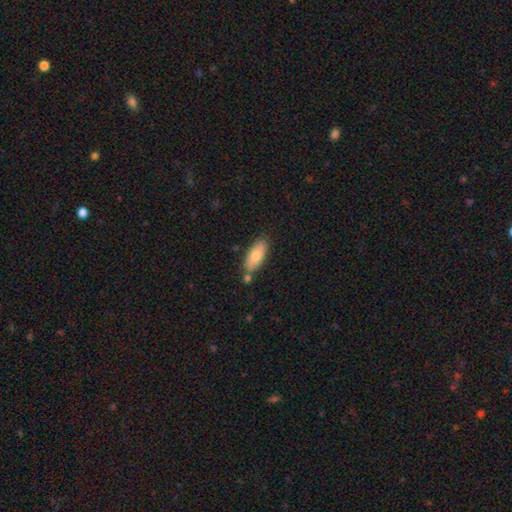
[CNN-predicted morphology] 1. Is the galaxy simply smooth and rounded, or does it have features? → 77% smooth, 17% featured or disk, 6% star or artifact.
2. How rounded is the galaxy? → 81% in between, 17% cigar-shaped, 2% round.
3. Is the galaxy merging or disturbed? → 72% none, 15% minor disturbance, 11% merger, 3% major disturbance.